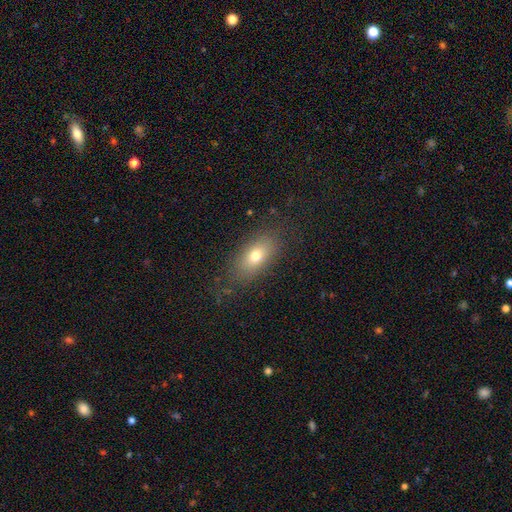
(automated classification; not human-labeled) This appears to be a smooth galaxy with no disk features (73%) that is in between round and cigar-shaped (83%). Merging: none (80%).